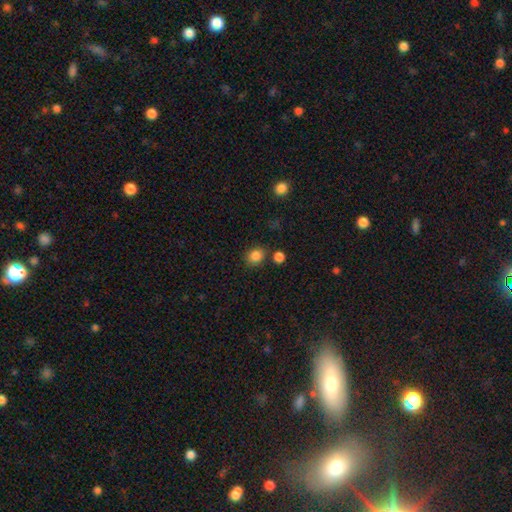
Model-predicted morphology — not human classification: smooth_or_featured: smooth (p=0.85) [alt: star or artifact p=0.11]
how_rounded: round (p=0.63) [alt: in between p=0.36]
merging: none (p=0.78) [alt: minor disturbance p=0.10]